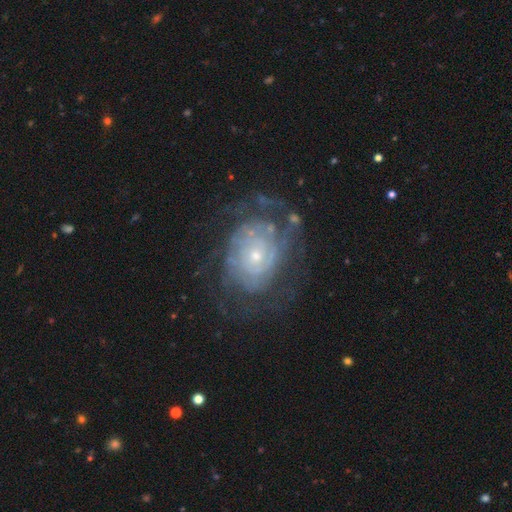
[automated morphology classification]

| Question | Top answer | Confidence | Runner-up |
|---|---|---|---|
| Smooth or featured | featured or disk | 80% | smooth (13%) |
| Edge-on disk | no | 97% | yes (3%) |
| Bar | no | 82% | weak (15%) |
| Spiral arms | yes | 83% | no (17%) |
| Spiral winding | tight | 72% | medium (20%) |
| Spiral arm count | can't tell | 55% | 2 (15%) |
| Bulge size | small | 68% | moderate (27%) |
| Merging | none | 63% | minor disturbance (19%) |